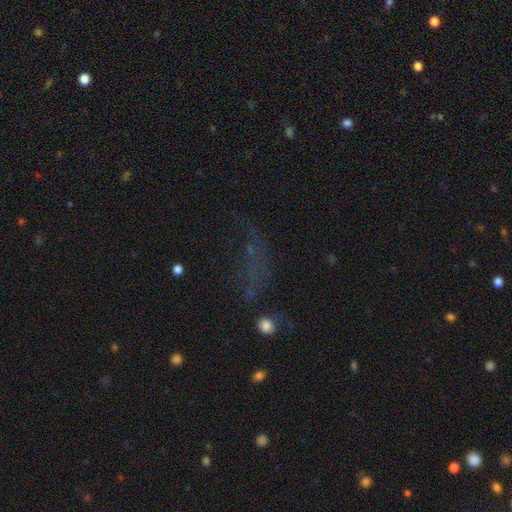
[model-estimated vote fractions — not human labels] star or artifact 50%, smooth 32%, featured or disk 18%.